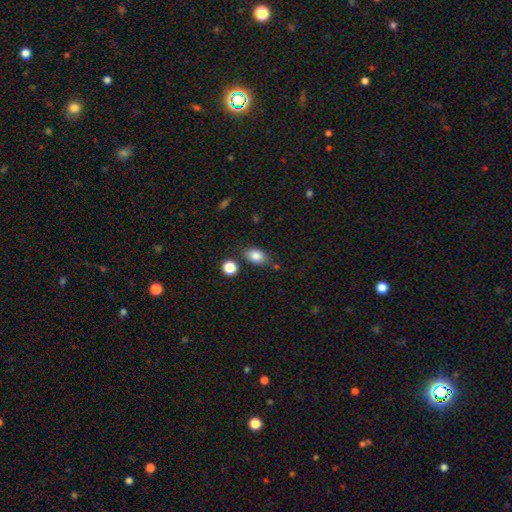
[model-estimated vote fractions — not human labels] A smooth galaxy with no disk features (85%) that is in between round and cigar-shaped (82%). Merging: none (77%).